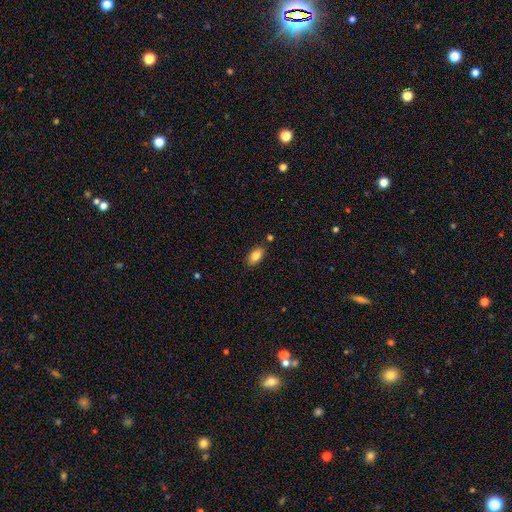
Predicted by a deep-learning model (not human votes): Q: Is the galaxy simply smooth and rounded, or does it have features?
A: smooth — 83%.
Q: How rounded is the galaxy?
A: in between — 91%.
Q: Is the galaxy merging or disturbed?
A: none — 84%.